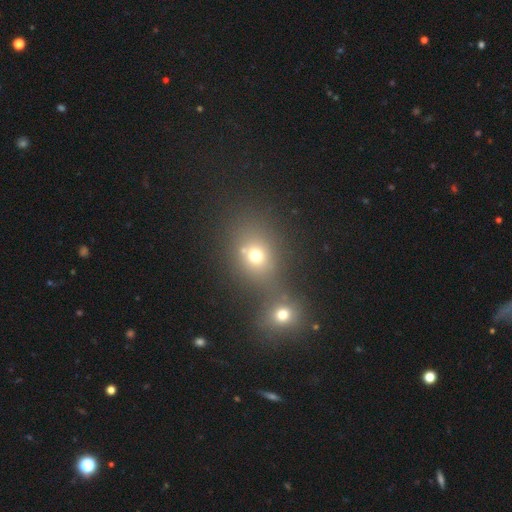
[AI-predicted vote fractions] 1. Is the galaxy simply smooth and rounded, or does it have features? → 67% smooth, 19% star or artifact, 13% featured or disk.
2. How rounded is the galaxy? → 60% round, 39% in between, 1% cigar-shaped.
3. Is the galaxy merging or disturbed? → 46% merger, 42% none, 8% minor disturbance, 5% major disturbance.